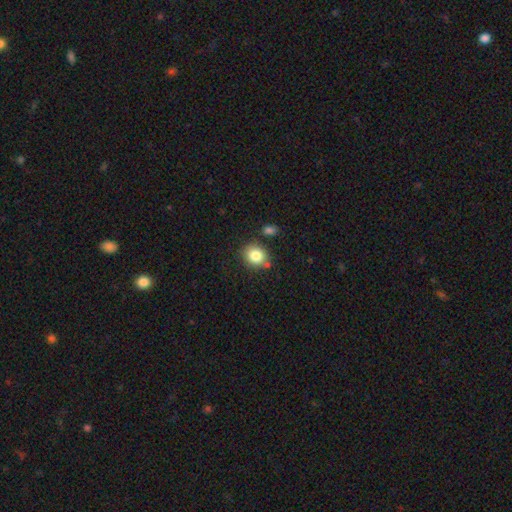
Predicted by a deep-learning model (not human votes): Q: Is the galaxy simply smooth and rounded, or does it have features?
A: smooth — 83%.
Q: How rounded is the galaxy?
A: round — 74%.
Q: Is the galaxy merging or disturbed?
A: none — 75%.